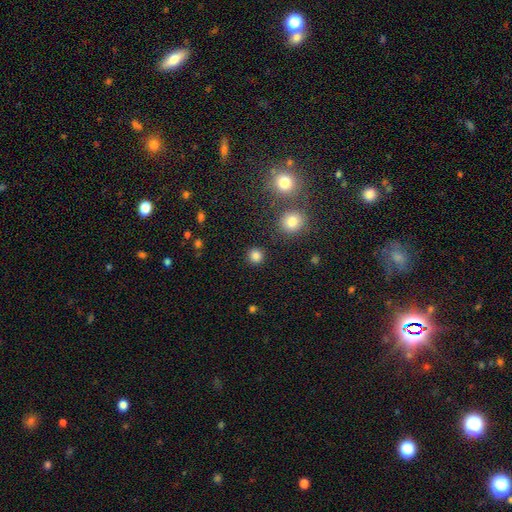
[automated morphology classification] The model was most divided on "smooth or featured": smooth: 83%, star or artifact: 13%, featured or disk: 4%. More confident: how rounded — round (93%); merging — none (90%).